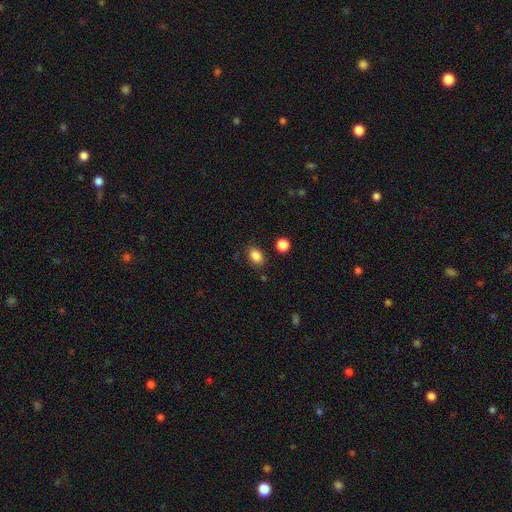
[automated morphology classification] This appears to be a smooth galaxy with no disk features (87%) that is in between round and cigar-shaped (76%). Merging: none (83%).